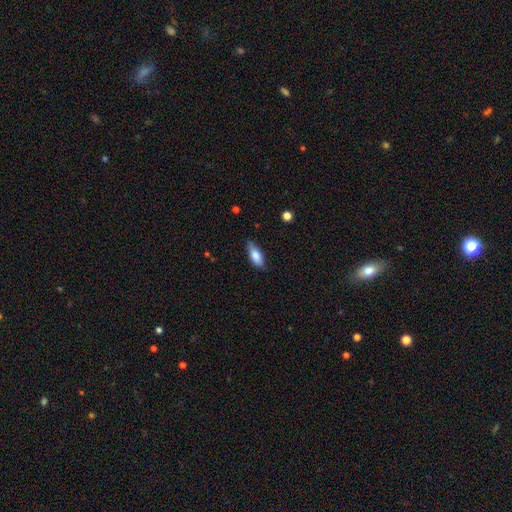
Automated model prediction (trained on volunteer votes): Overall: smooth (77%). How rounded: in between (74%). Merging: none (74%).